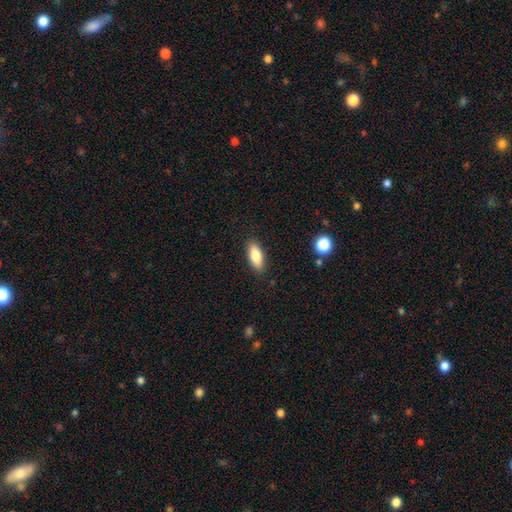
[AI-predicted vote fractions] smooth 81%, featured or disk 12%, star or artifact 7%. Down the decision tree: how rounded — in between (73%); merging — none (88%).